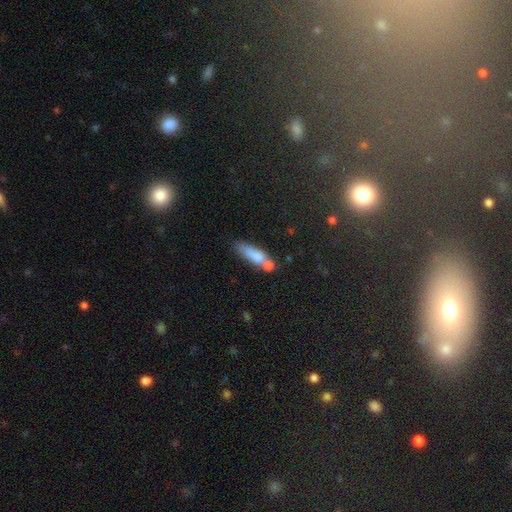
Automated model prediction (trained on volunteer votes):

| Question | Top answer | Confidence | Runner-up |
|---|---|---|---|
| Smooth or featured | smooth | 72% | featured or disk (19%) |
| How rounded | cigar-shaped | 58% | in between (38%) |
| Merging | none | 39% | merger (33%) |